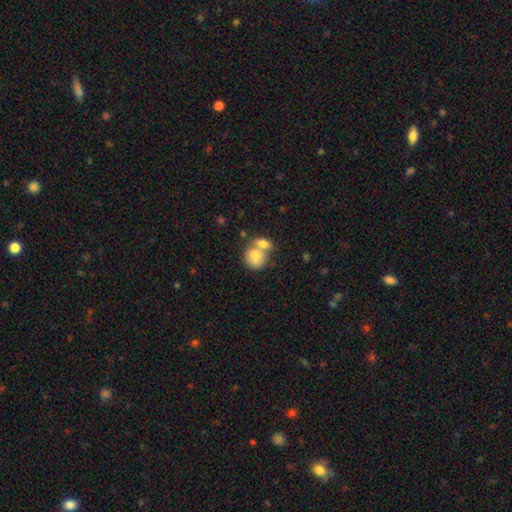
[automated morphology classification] Smooth or featured: smooth — 79% (featured or disk — 13%)
How rounded: round — 63% (in between — 35%)
Merging: merger — 58% (none — 28%)